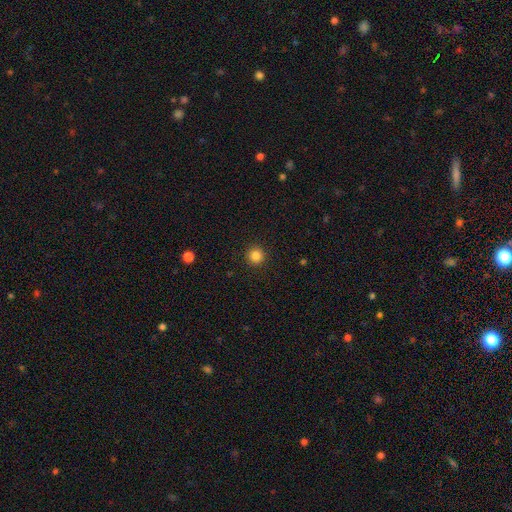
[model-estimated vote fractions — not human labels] smooth-or-featured: smooth: 84% | star or artifact: 12% | featured or disk: 4%
  how-rounded: round: 95% | in between: 4% | cigar-shaped: 1%
  merging: none: 92% | minor disturbance: 5% | major disturbance: 2% | merger: 1%